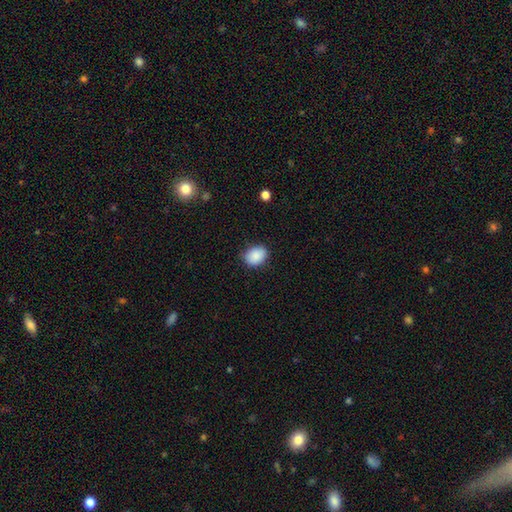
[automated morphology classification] A smooth galaxy with no disk features (88%) that is in between round and cigar-shaped (63%). Merging: none (81%).